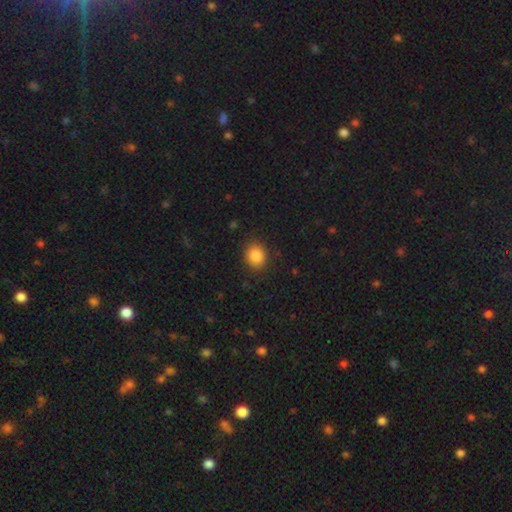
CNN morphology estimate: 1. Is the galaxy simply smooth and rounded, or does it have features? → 87% smooth, 9% star or artifact, 4% featured or disk.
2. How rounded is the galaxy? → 60% round, 40% in between, 1% cigar-shaped.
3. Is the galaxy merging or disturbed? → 87% none, 9% minor disturbance, 3% major disturbance, 1% merger.